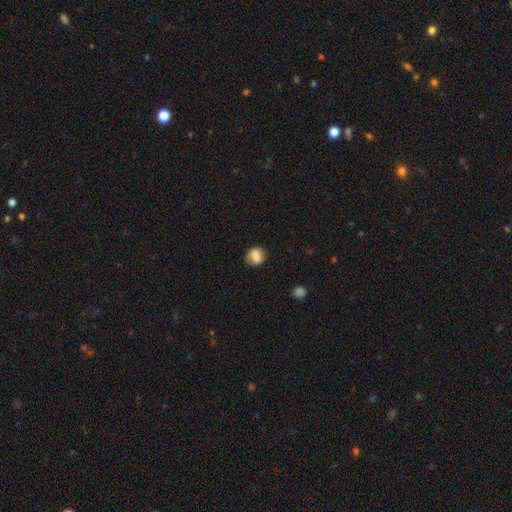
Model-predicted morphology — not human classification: A smooth galaxy with no disk features (80%) that is round (60%). Merging: none (68%).